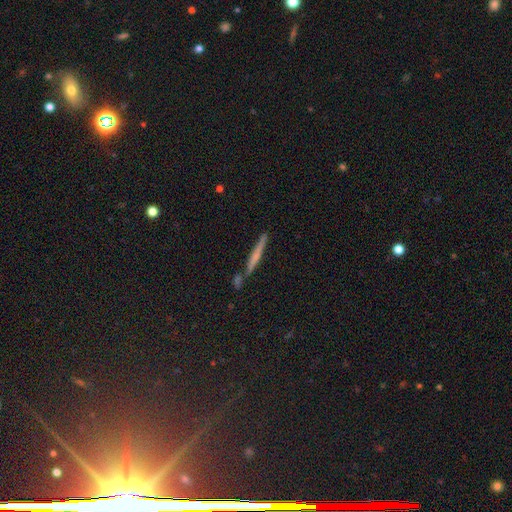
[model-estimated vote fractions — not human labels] A smooth galaxy with no disk features (47%).

Vote fractions:
- Smooth or featured? smooth: 47% / featured or disk: 44% / star or artifact: 9%
- Merging? none: 78% / merger: 10% / minor disturbance: 10% / major disturbance: 3%